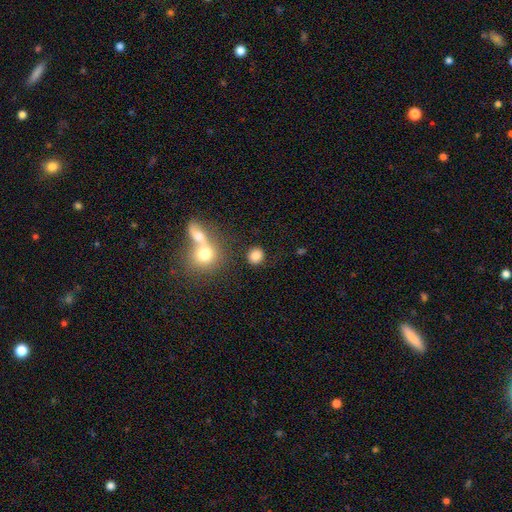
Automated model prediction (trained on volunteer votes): Morphology: type=smooth (84%); roundness=round (78%); merging=none (77%).